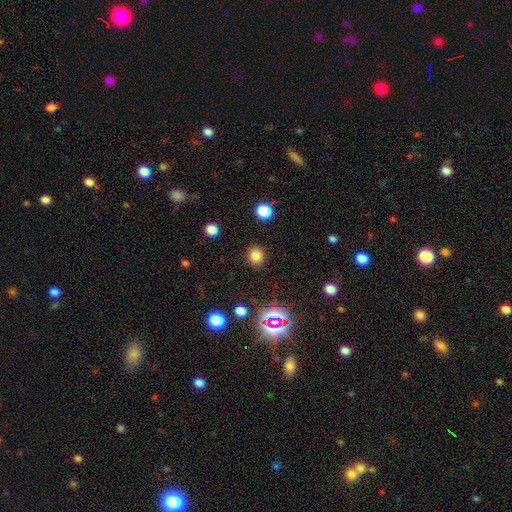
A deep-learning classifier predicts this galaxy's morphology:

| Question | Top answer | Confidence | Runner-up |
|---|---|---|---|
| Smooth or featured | smooth | 78% | star or artifact (17%) |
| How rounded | round | 87% | in between (12%) |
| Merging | none | 89% | minor disturbance (6%) |